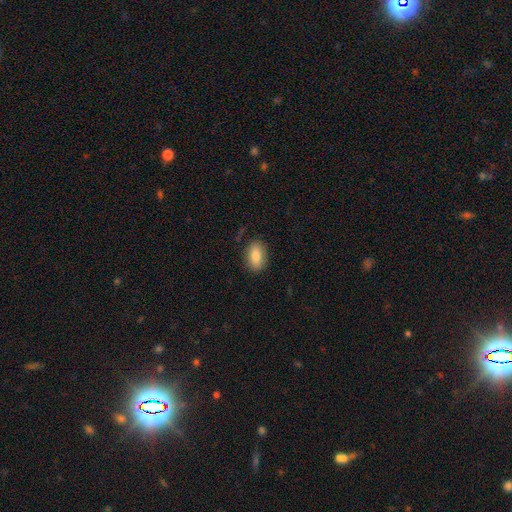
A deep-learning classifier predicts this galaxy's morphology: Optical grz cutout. It shows a smooth galaxy with no disk features (81%) that is in between round and cigar-shaped (88%). Merging: none (82%).